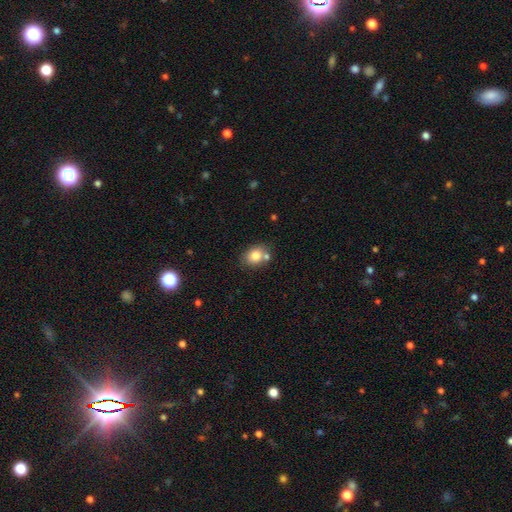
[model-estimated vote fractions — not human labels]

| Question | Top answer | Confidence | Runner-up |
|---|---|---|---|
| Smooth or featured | smooth | 79% | featured or disk (11%) |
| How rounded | in between | 56% | round (43%) |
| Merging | none | 64% | merger (19%) |